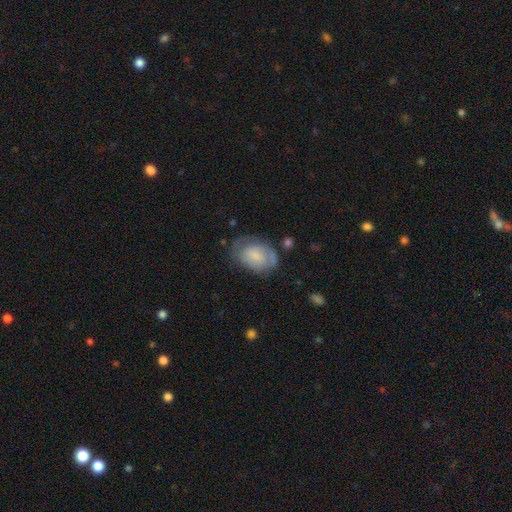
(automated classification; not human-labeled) smooth-or-featured: smooth: 58% | featured or disk: 35% | star or artifact: 7%
  how-rounded: in between: 82% | round: 17% | cigar-shaped: 1%
  merging: none: 57% | minor disturbance: 28% | major disturbance: 12% | merger: 3%